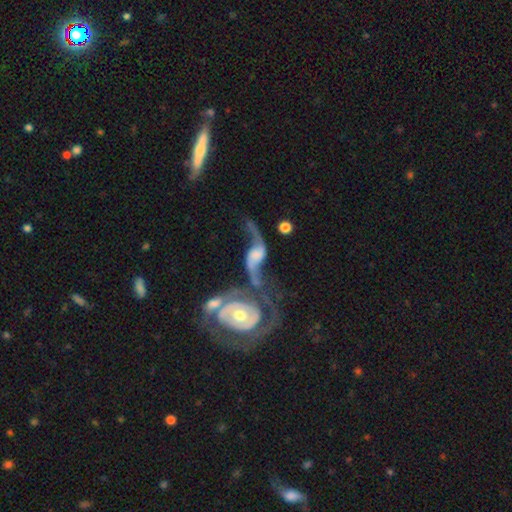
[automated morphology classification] The model was most divided on "bulge size": moderate: 31%, none: 26%, small: 23%, large: 16%, dominant: 4%. Remaining: edge-on disk — no (95%); spiral arms — yes (94%); spiral arm count — 2 (92%); spiral winding — loose (89%); smooth or featured — featured or disk (87%); merging — merger (46%); bar — no (43%).